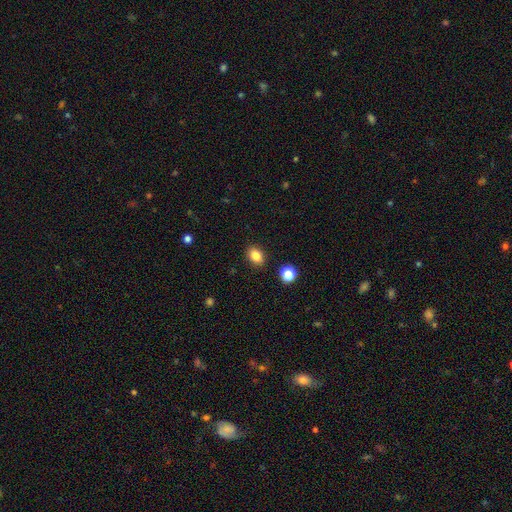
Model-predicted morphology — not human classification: smooth_or_featured: smooth (p=0.85) [alt: star or artifact p=0.10]
how_rounded: in between (p=0.70) [alt: round p=0.29]
merging: none (p=0.88) [alt: minor disturbance p=0.08]